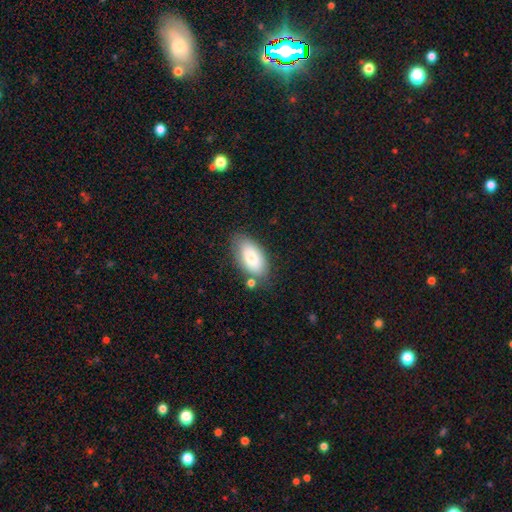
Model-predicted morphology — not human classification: type=smooth (81%); roundness=in between (93%); merging=none (69%).